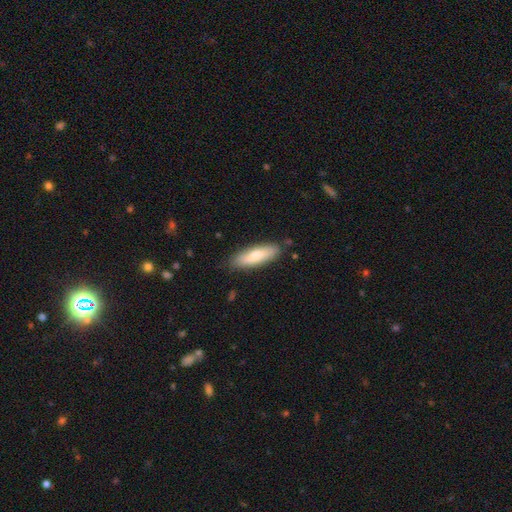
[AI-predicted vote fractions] This appears to be a smooth galaxy with no disk features (75%) that is cigar-shaped (56%). Merging: none (84%).